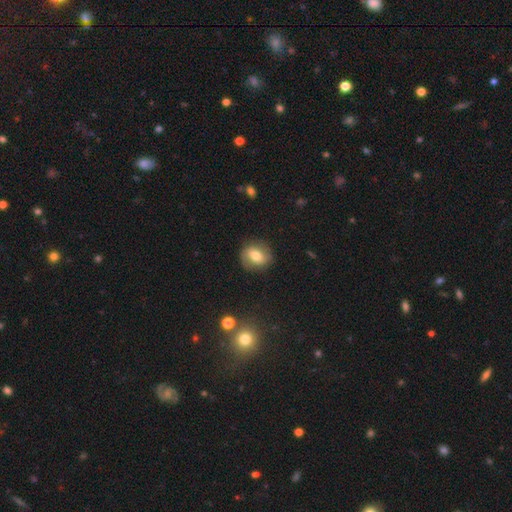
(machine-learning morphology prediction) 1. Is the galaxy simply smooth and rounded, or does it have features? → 56% smooth, 35% featured or disk, 9% star or artifact.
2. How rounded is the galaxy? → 69% round, 29% in between, 2% cigar-shaped.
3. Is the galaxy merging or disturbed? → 84% none, 11% minor disturbance, 4% major disturbance, 1% merger.